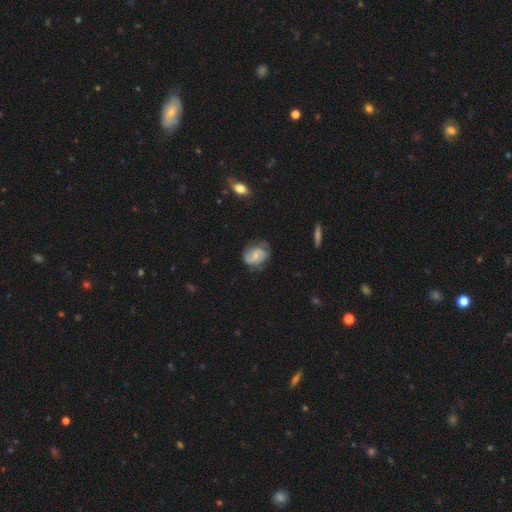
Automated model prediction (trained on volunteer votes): Morphology: type=featured or disk (55%); edge-on=no (97%); bar=no (49%); spiral arms=yes (82%); bulge=small (53%); merging=none (62%).